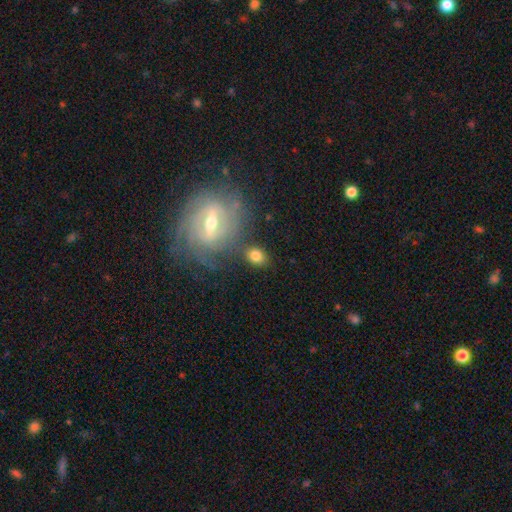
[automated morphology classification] smooth-or-featured: smooth: 73% | featured or disk: 18% | star or artifact: 9%
  how-rounded: in between: 54% | round: 44% | cigar-shaped: 2%
  merging: none: 72% | minor disturbance: 12% | merger: 10% | major disturbance: 5%